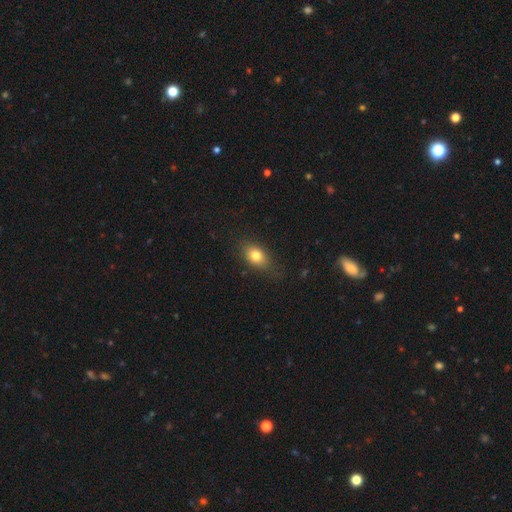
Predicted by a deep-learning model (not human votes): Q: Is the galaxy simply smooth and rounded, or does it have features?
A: smooth — 78%.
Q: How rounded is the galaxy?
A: in between — 76%.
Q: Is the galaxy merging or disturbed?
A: none — 75%.